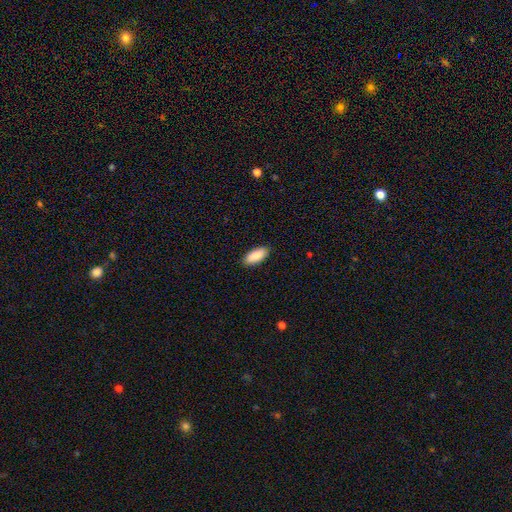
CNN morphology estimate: A smooth galaxy with no disk features (89%) that is in between round and cigar-shaped (84%).

Vote fractions:
- Smooth or featured? smooth: 89% / star or artifact: 6% / featured or disk: 5%
- How rounded? in between: 84% / cigar-shaped: 14% / round: 2%
- Merging? none: 89% / minor disturbance: 8% / major disturbance: 2% / merger: 1%